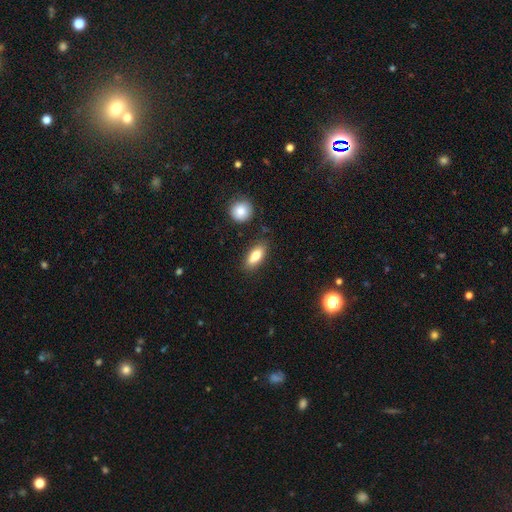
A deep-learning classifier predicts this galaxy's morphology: Smooth or featured?
  - smooth: 78% *
  - featured or disk: 14%
  - star or artifact: 7%
How rounded?
  - in between: 80% *
  - cigar-shaped: 17%
  - round: 4%
Merging?
  - none: 80% *
  - minor disturbance: 12%
  - merger: 5%
  - major disturbance: 3%